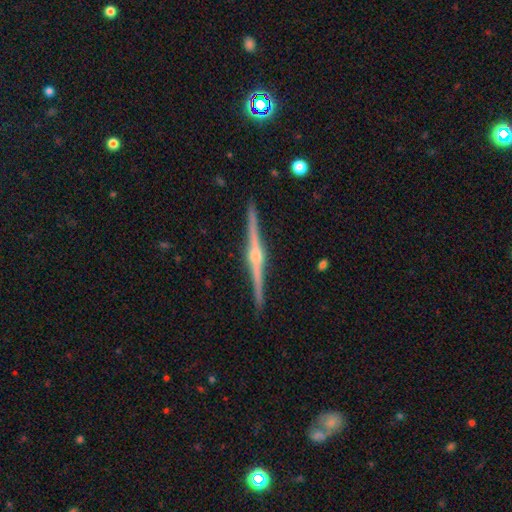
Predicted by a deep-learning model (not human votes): Q: Smooth or featured?
A: featured or disk (90%); runner-up: smooth (5%)
Q: Edge-on disk?
A: yes (99%); runner-up: no (1%)
Q: Edge-on bulge?
A: rounded (91%); runner-up: boxy (6%)
Q: Merging?
A: none (93%); runner-up: minor disturbance (5%)